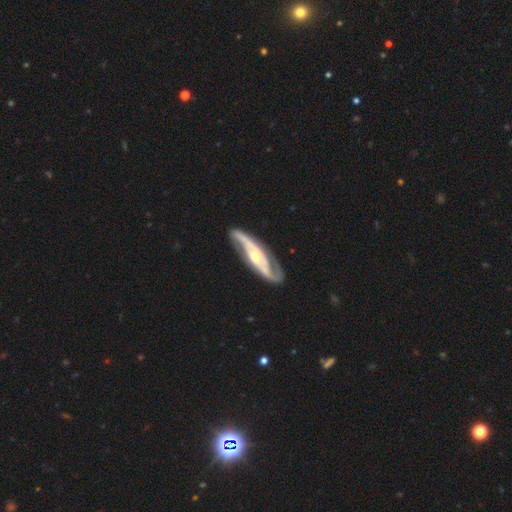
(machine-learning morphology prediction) smooth-or-featured: featured or disk: 90% | smooth: 7% | star or artifact: 4%
  disk-edge-on: no: 87% | yes: 13%
    bar: no: 44% | weak: 35% | strong: 21%
    has-spiral-arms: yes: 97% | no: 3%
      spiral-winding: medium: 51% | loose: 26% | tight: 24%
      spiral-arm-count: 2: 92% | can't tell: 3% | 3: 1% | 1: 1% | 4: 1% | more than 4: 1%
    bulge-size: moderate: 63% | small: 21% | large: 12% | none: 2% | dominant: 1%
  merging: none: 82% | minor disturbance: 13% | major disturbance: 4% | merger: 2%